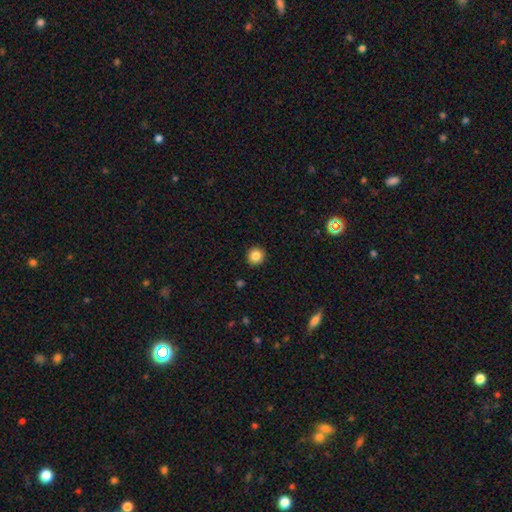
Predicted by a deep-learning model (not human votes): Smooth or featured: smooth — 85% (star or artifact — 10%)
How rounded: round — 93% (in between — 6%)
Merging: none — 93% (minor disturbance — 5%)